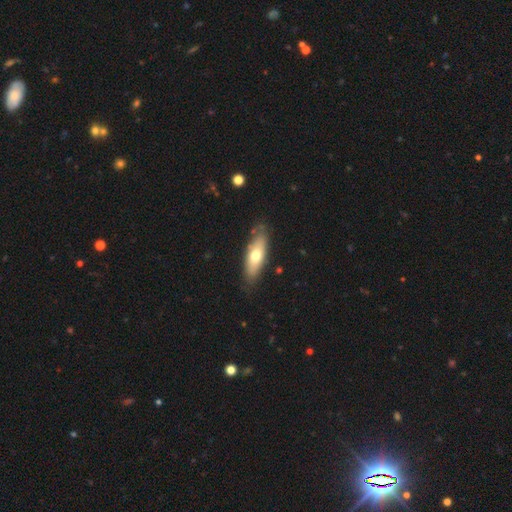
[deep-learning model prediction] smooth 63%, featured or disk 31%, star or artifact 6%. Down the decision tree: how rounded — in between (66%); merging — none (79%).